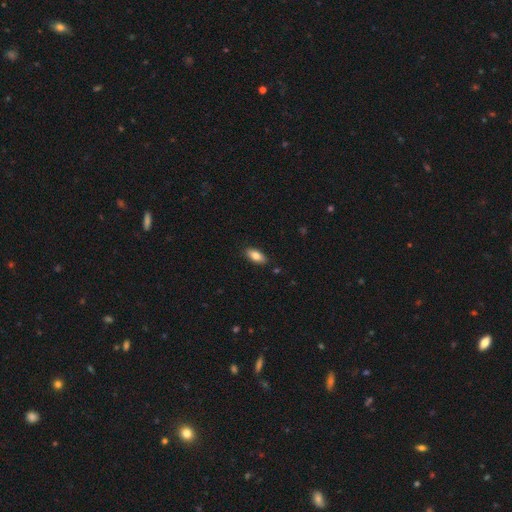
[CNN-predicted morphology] smooth 82%, featured or disk 11%, star or artifact 7%. Down the decision tree: how rounded — in between (88%); merging — none (87%).